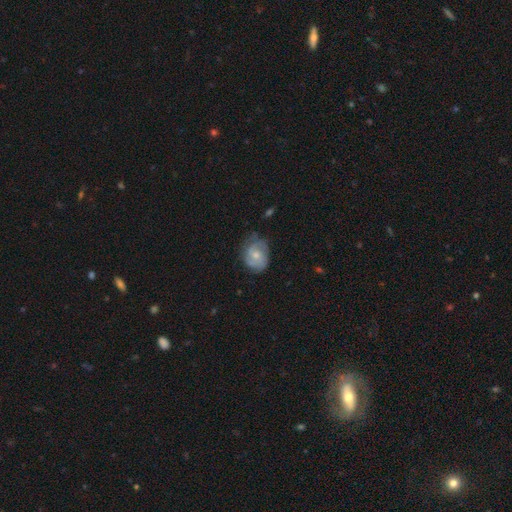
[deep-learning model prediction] Overall: featured or disk (55%; smooth 38%). Edge-on disk: no (97%). Bar: no (73%). Spiral arms: yes (79%). Bulge size: small (49%; moderate 46%). Merging: none (59%; minor disturbance 29%).